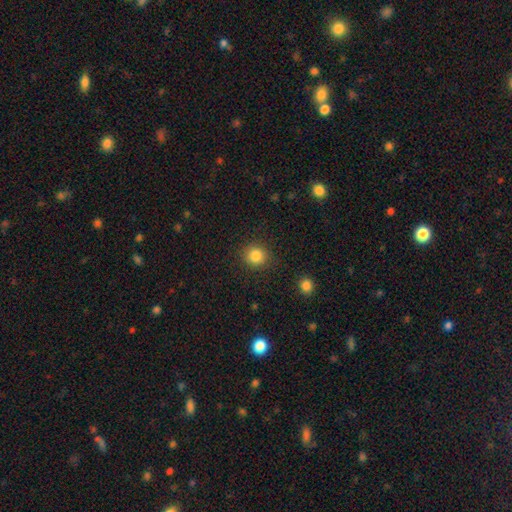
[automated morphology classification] Smooth or featured? Predicted: smooth (p=0.84). How rounded? Predicted: round (p=0.88). Merging? Predicted: none (p=0.89).